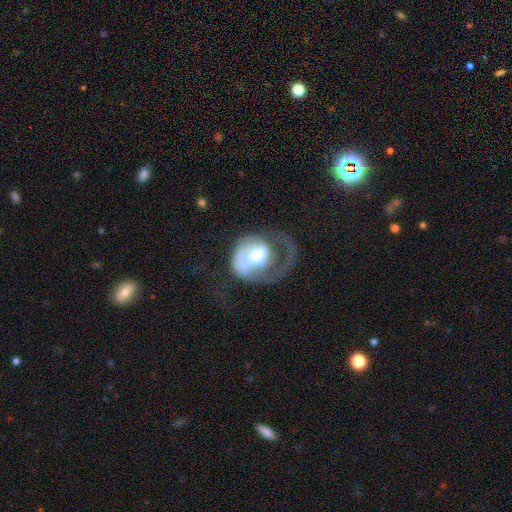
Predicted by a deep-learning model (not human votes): Morphology: type=featured or disk (73%); edge-on=no (98%); bar=no (68%); spiral arms=yes (84%); winding=medium (35%); arm count=1 (76%); bulge=moderate (56%); merging=major disturbance (53%).